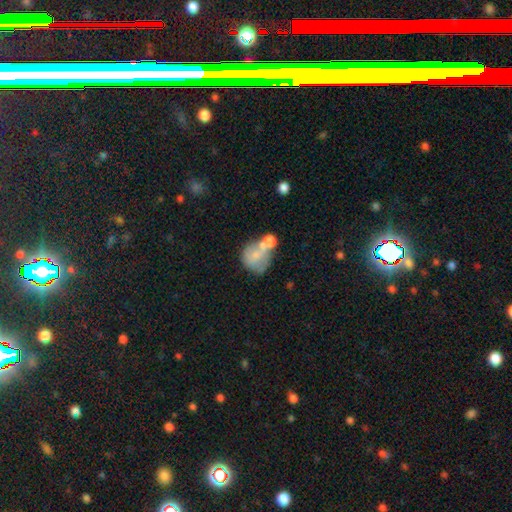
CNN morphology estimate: Smooth or featured?
  - smooth: 58% *
  - featured or disk: 32%
  - star or artifact: 10%
How rounded?
  - round: 66% *
  - in between: 33%
  - cigar-shaped: 1%
Merging?
  - merger: 39% *
  - none: 28%
  - minor disturbance: 17%
  - major disturbance: 15%